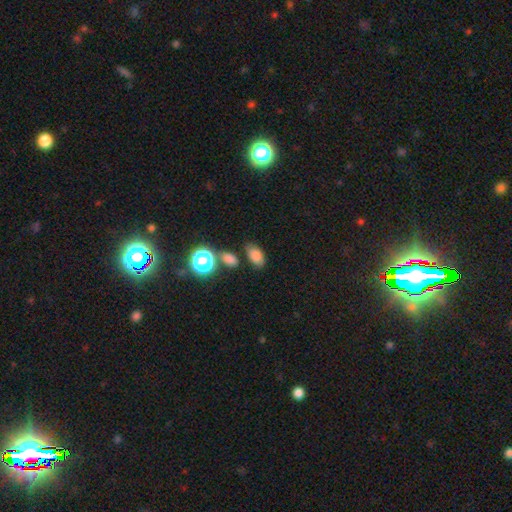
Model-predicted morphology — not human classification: This appears to be a smooth galaxy with no disk features (77%) that is in between round and cigar-shaped (85%). Merging: none (70%).